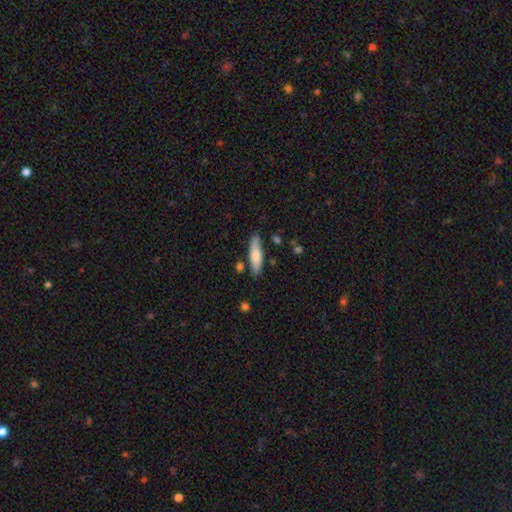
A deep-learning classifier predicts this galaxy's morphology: smooth 73%, featured or disk 22%, star or artifact 6%. Down the decision tree: how rounded — cigar-shaped (59%); merging — none (80%).